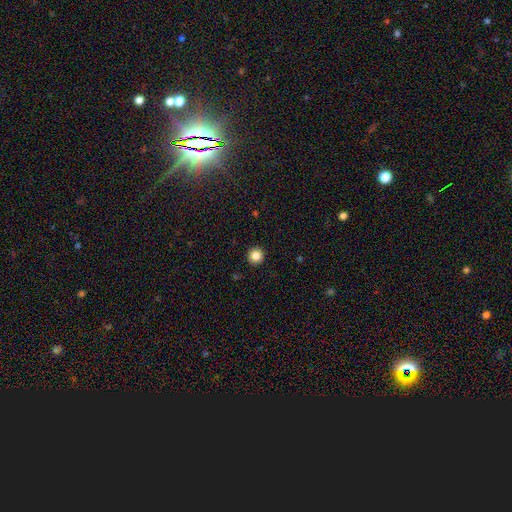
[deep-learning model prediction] smooth_or_featured: smooth (p=0.85) [alt: star or artifact p=0.11]
how_rounded: round (p=0.96) [alt: in between p=0.04]
merging: none (p=0.93) [alt: minor disturbance p=0.04]